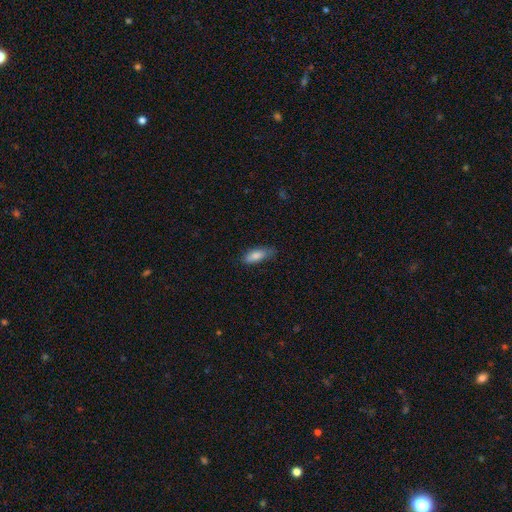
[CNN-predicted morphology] smooth-or-featured: smooth: 83% | featured or disk: 10% | star or artifact: 6%
  how-rounded: in between: 73% | cigar-shaped: 25% | round: 2%
  merging: none: 70% | minor disturbance: 24% | major disturbance: 4% | merger: 1%